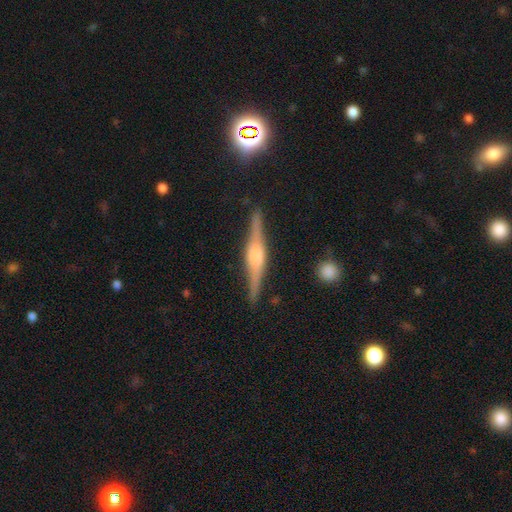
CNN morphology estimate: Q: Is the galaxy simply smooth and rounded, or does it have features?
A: featured or disk — 81%.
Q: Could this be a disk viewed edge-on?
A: yes — 98%.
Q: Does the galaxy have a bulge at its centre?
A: rounded — 63%.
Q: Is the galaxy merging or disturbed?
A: none — 88%.